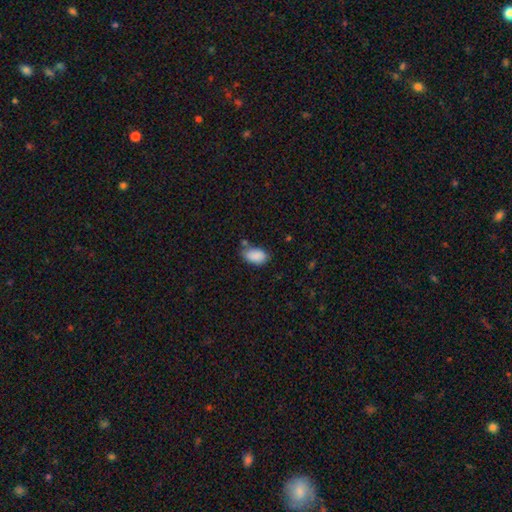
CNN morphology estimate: The model was most divided on "merging": none: 62%, minor disturbance: 25%, merger: 8%, major disturbance: 5%. More confident: how rounded — in between (92%); smooth or featured — smooth (88%).